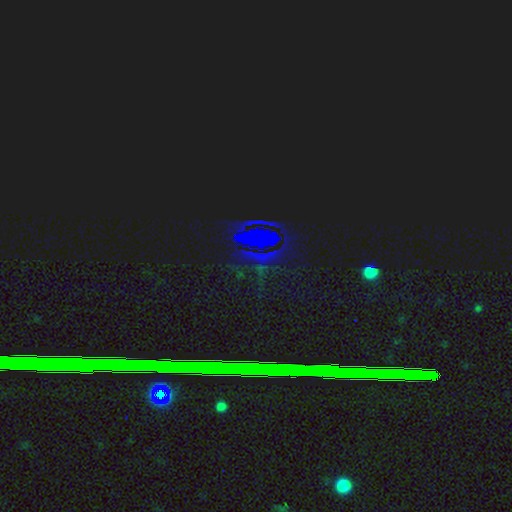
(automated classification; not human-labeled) Smooth or featured: star or artifact — 88% (smooth — 7%)